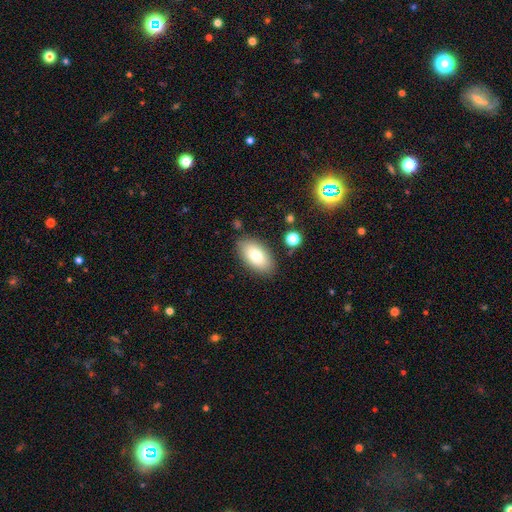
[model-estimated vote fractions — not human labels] A smooth galaxy with no disk features (81%) that is in between round and cigar-shaped (94%). Merging: none (84%).